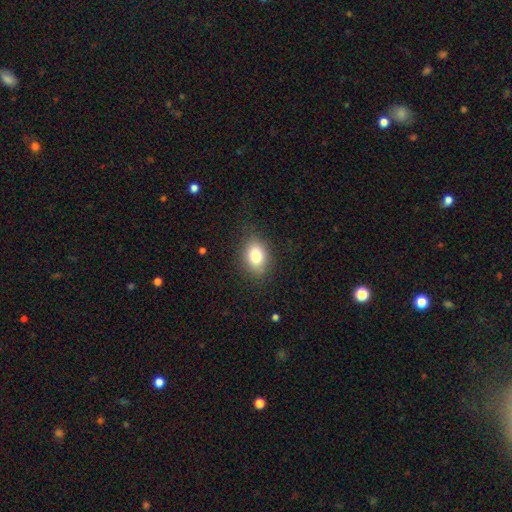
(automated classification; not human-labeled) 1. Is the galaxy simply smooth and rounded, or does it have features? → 79% smooth, 11% featured or disk, 10% star or artifact.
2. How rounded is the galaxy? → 71% in between, 28% round, 1% cigar-shaped.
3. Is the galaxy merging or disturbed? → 83% none, 12% minor disturbance, 4% major disturbance, 1% merger.